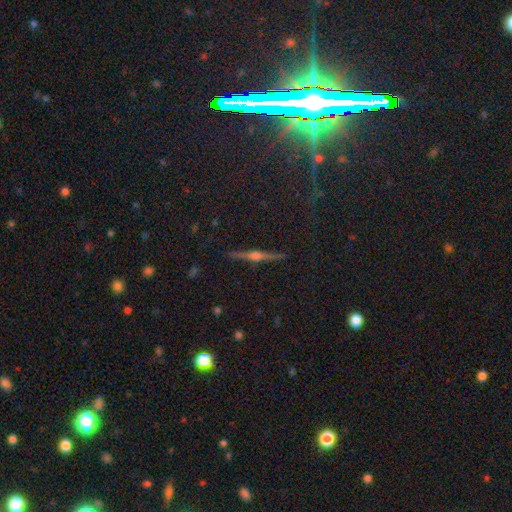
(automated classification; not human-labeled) This is clearly a featured or disk galaxy (82%). It is clearly viewed edge-on (98%). Edge-on bulge: clearly rounded (91%). Merging: clearly none (92%).